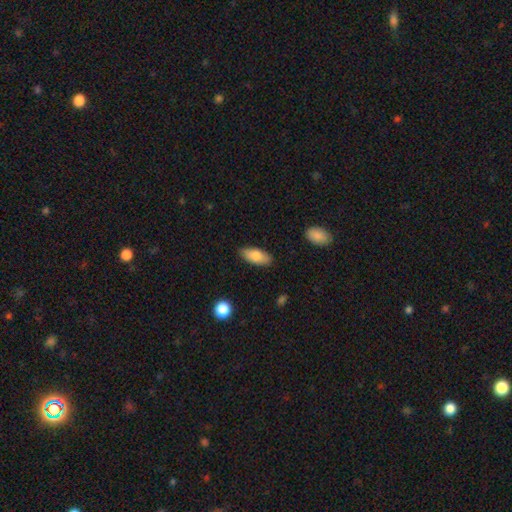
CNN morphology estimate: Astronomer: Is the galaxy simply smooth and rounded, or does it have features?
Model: smooth — 81%.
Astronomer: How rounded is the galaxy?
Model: in between — 84%.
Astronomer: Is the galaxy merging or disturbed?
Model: none — 87%.